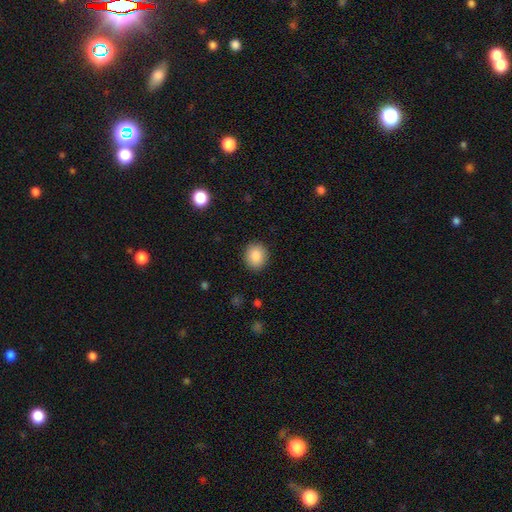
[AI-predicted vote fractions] smooth_or_featured: smooth (p=0.87) [alt: star or artifact p=0.08]
how_rounded: round (p=0.76) [alt: in between p=0.23]
merging: none (p=0.90) [alt: minor disturbance p=0.07]